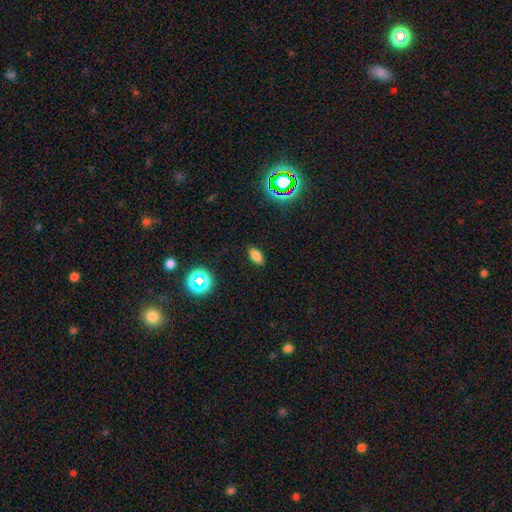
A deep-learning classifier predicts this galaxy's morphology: This appears to be a smooth galaxy with no disk features (75%) that is in between round and cigar-shaped (88%). Merging: none (87%).